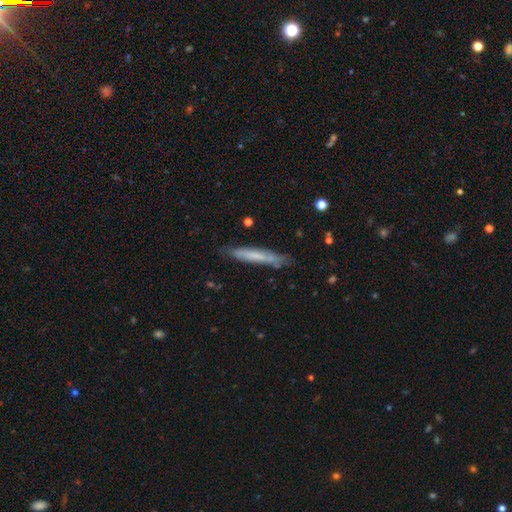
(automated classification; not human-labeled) Q: Smooth or featured?
A: smooth (59%); runner-up: featured or disk (35%)
Q: How rounded?
A: cigar-shaped (94%); runner-up: in between (5%)
Q: Merging?
A: none (80%); runner-up: minor disturbance (15%)